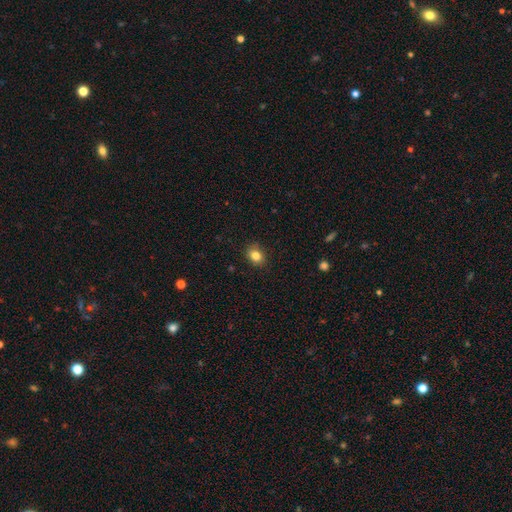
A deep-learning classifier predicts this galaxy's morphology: Smooth or featured? smooth (83%)
How rounded? in between (52%)
Merging? none (86%)